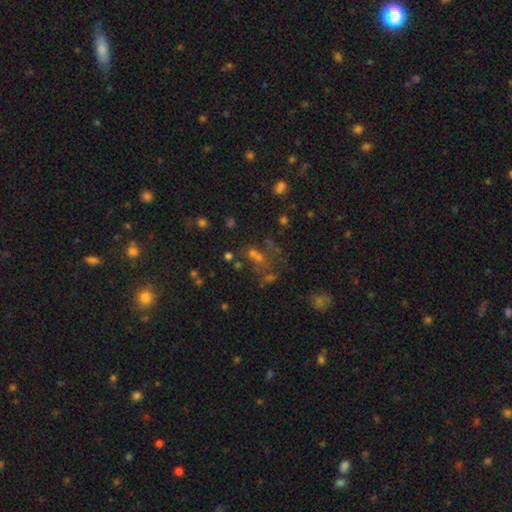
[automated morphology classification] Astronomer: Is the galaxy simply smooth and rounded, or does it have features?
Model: star or artifact — 43% (runner-up: smooth, 36%).